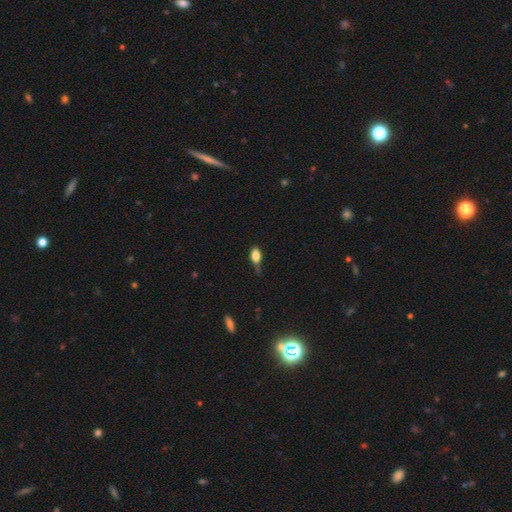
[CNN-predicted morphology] A smooth galaxy with no disk features (80%) that is in between round and cigar-shaped (84%).

Vote fractions:
- Smooth or featured? smooth: 80% / featured or disk: 11% / star or artifact: 9%
- How rounded? in between: 84% / round: 8% / cigar-shaped: 8%
- Merging? minor disturbance: 40% (tied) / none: 40% (tied) / major disturbance: 16% / merger: 4%